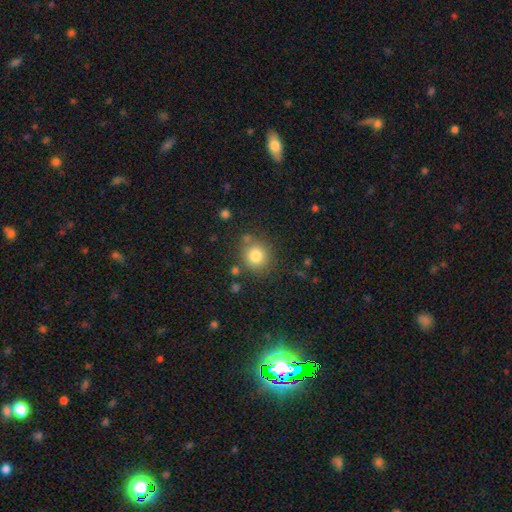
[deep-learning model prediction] This appears to be a smooth galaxy with no disk features (81%) that is round (87%). Merging: none (79%).